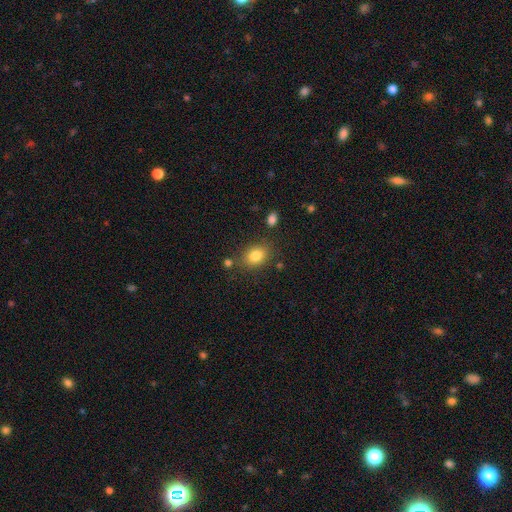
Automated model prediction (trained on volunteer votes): Smooth or featured?
  - smooth: 82% *
  - star or artifact: 10%
  - featured or disk: 8%
How rounded?
  - in between: 66% *
  - round: 32%
  - cigar-shaped: 1%
Merging?
  - none: 77% *
  - minor disturbance: 13%
  - merger: 5%
  - major disturbance: 4%